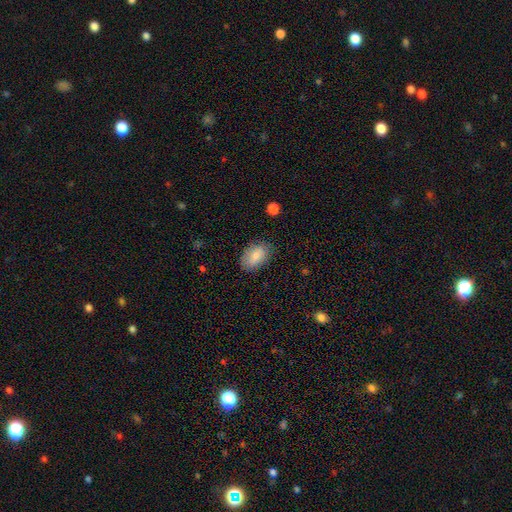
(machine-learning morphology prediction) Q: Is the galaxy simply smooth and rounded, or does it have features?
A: smooth — 81%.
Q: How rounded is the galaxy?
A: in between — 91%.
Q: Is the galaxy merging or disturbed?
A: none — 81%.